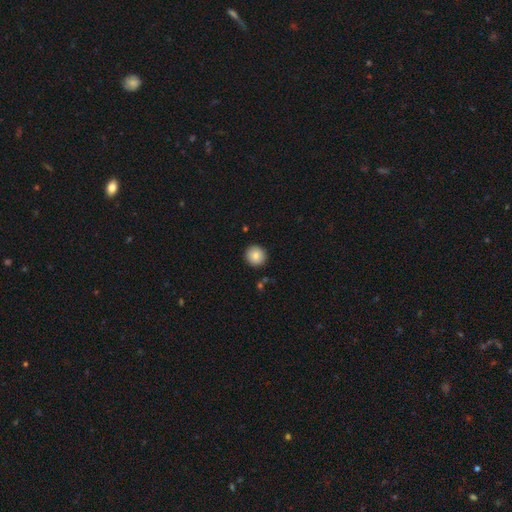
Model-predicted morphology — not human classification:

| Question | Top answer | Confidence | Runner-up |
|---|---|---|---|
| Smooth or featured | smooth | 83% | star or artifact (9%) |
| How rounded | round | 92% | in between (7%) |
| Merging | none | 90% | minor disturbance (7%) |